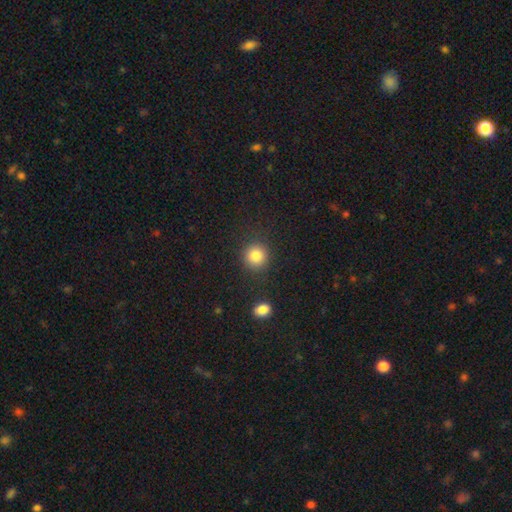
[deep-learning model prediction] A smooth galaxy with no disk features (84%) that is round (90%).

Vote fractions:
- Smooth or featured? smooth: 84% / star or artifact: 10% / featured or disk: 5%
- How rounded? round: 90% / in between: 9% / cigar-shaped: 1%
- Merging? none: 86% / minor disturbance: 8% / major disturbance: 3% / merger: 3%